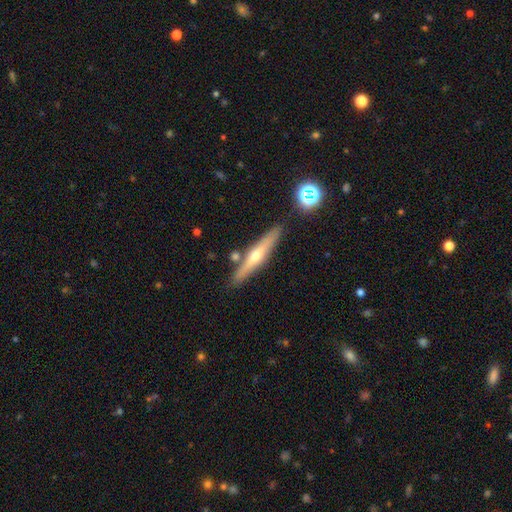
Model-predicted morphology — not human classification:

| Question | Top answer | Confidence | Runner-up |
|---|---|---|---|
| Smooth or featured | featured or disk | 63% | smooth (30%) |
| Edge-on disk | yes | 95% | no (5%) |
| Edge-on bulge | rounded | 84% | none (12%) |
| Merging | none | 85% | minor disturbance (9%) |